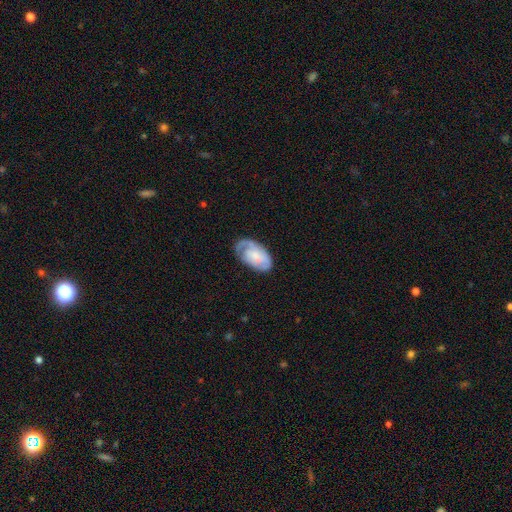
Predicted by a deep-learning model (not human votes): Smooth or featured? Predicted: featured or disk (p=0.51). Edge-on disk? Predicted: no (p=0.95). Merging? Predicted: none (p=0.57).